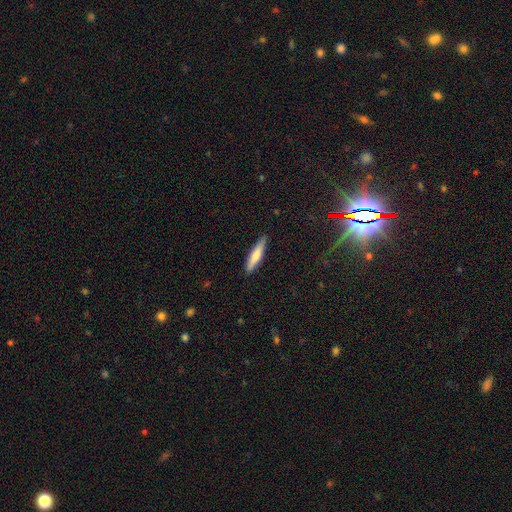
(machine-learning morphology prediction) smooth_or_featured: smooth (p=0.67) [alt: featured or disk p=0.27]
how_rounded: cigar-shaped (p=0.85) [alt: in between p=0.13]
merging: none (p=0.89) [alt: minor disturbance p=0.08]